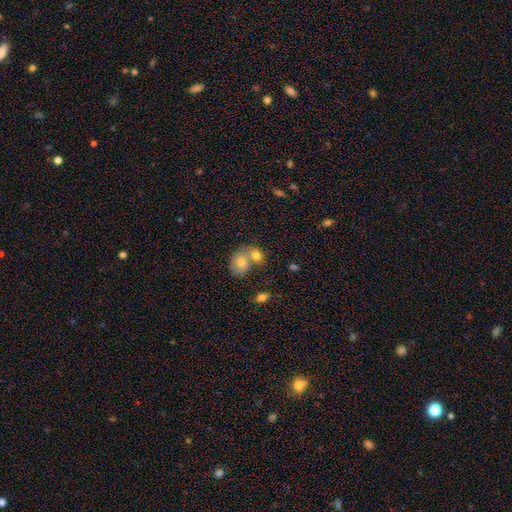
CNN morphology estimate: Smooth or featured: smooth — 77% (featured or disk — 14%)
How rounded: round — 53% (in between — 46%)
Merging: merger — 58% (none — 31%)